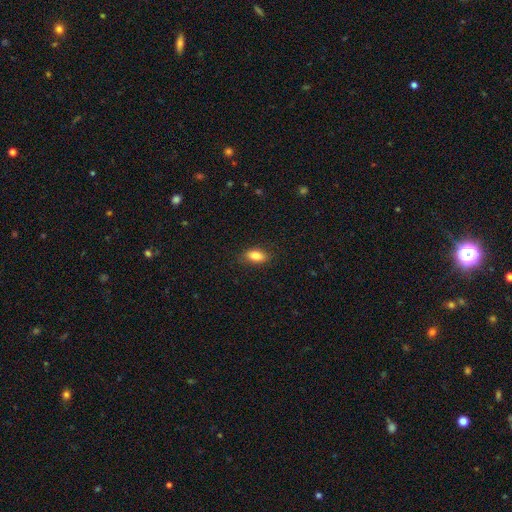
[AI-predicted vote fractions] Smooth or featured? Predicted: smooth (p=0.83). How rounded? Predicted: in between (p=0.86). Merging? Predicted: none (p=0.84).